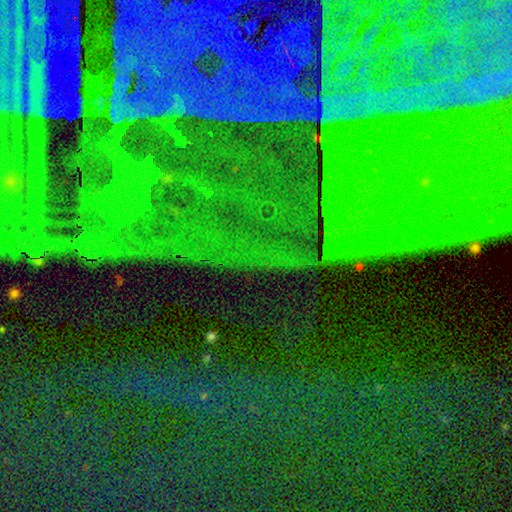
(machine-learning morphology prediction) Overall: star or artifact (81%).